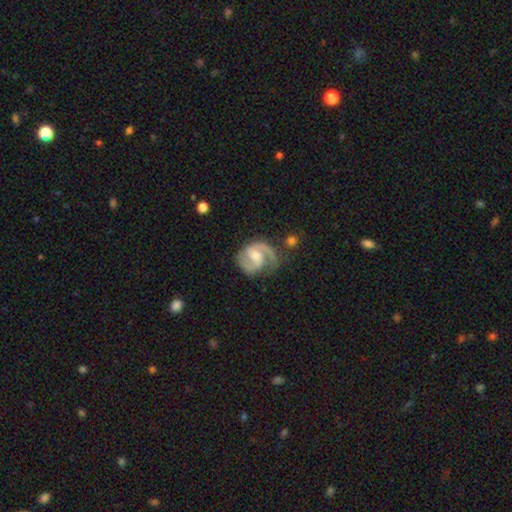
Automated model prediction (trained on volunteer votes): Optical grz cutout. It shows a featured or disk galaxy (87%) with a weak bar (48%), 2 (86%) medium (55%) spiral arms (97%) and a moderate central bulge (50%). Merging: none (64%).